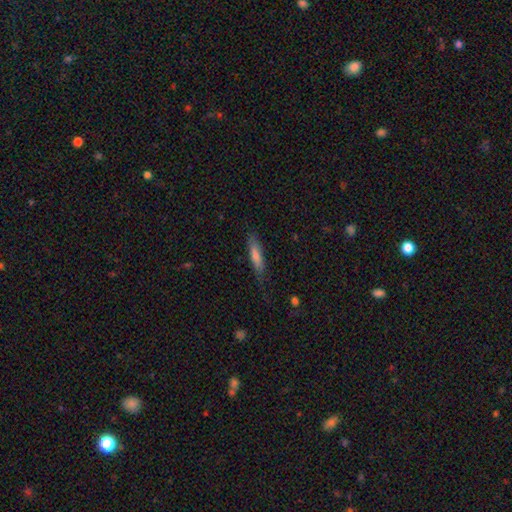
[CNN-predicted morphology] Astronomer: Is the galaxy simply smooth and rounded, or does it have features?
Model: smooth — 70%.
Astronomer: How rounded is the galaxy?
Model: cigar-shaped — 83%.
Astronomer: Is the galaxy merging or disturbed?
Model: none — 78%.